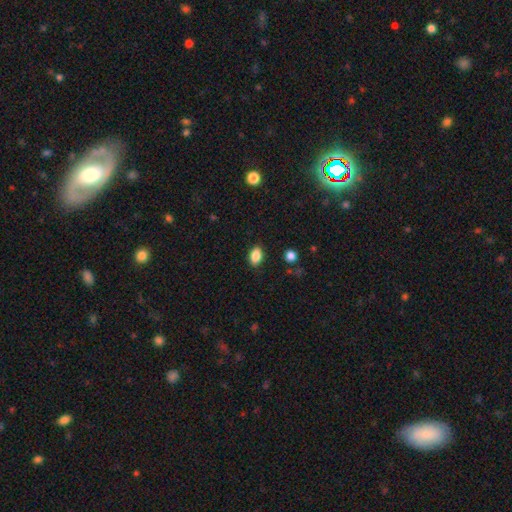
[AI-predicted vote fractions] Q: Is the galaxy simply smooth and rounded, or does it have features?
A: smooth — 87%.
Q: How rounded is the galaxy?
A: in between — 87%.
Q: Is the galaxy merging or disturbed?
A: none — 87%.